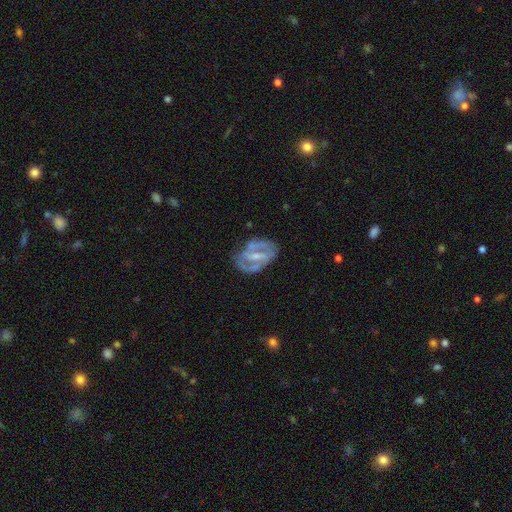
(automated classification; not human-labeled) Smooth or featured?
  - featured or disk: 81% *
  - smooth: 14%
  - star or artifact: 6%
Edge-on disk?
  - no: 96% *
  - yes: 4%
Bar?
  - strong: 49% *
  - weak: 37%
  - no: 15%
Spiral arms?
  - yes: 79% *
  - no: 21%
Spiral winding?
  - medium: 47% *
  - tight: 36%
  - loose: 17%
Spiral arm count?
  - 2: 76% *
  - can't tell: 14%
  - 3: 4%
  - 1: 3%
  - 4: 1%
  - more than 4: 1%
Bulge size?
  - small: 53% *
  - moderate: 33%
  - none: 10%
  - large: 2%
  - dominant: 1%
Merging?
  - none: 67% *
  - minor disturbance: 20%
  - major disturbance: 10%
  - merger: 3%